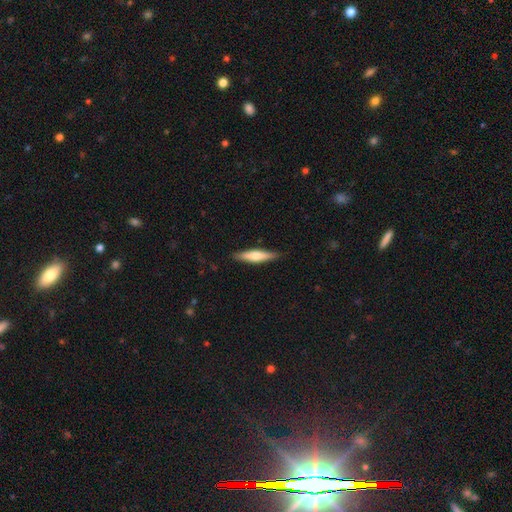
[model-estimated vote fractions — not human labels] Smooth or featured?
  - smooth: 51% *
  - featured or disk: 43%
  - star or artifact: 5%
How rounded?
  - cigar-shaped: 80% *
  - in between: 18%
  - round: 2%
Merging?
  - none: 89% *
  - minor disturbance: 9%
  - major disturbance: 2%
  - merger: 1%